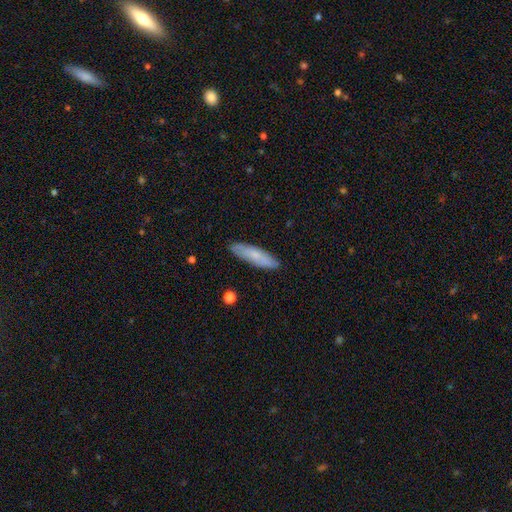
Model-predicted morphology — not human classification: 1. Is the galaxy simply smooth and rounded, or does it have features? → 70% smooth, 23% featured or disk, 6% star or artifact.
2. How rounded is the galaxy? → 69% cigar-shaped, 30% in between, 2% round.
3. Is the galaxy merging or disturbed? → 87% none, 10% minor disturbance, 2% major disturbance, 1% merger.